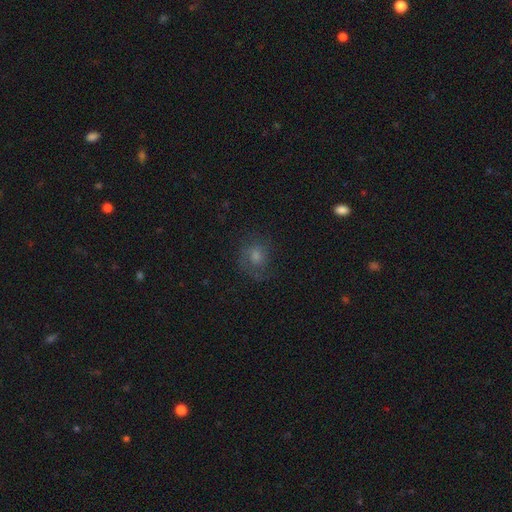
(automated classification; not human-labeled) smooth 49%, featured or disk 36%, star or artifact 15%. Down the decision tree: merging — none (65%).